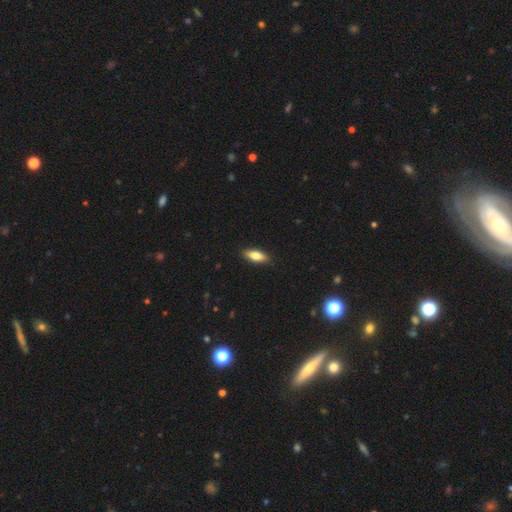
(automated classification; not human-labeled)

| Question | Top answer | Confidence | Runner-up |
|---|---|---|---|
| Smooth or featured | smooth | 78% | featured or disk (16%) |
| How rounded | in between | 71% | cigar-shaped (27%) |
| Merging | none | 88% | minor disturbance (10%) |